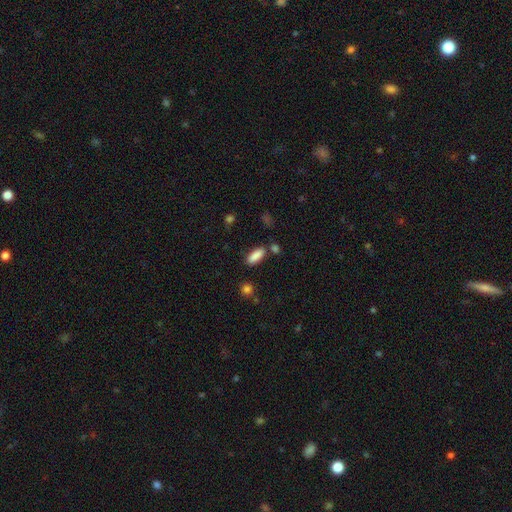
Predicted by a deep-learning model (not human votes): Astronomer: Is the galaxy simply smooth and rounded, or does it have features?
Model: smooth — 87%.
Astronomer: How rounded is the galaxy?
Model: in between — 67%.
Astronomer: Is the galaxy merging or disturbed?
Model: none — 79%.